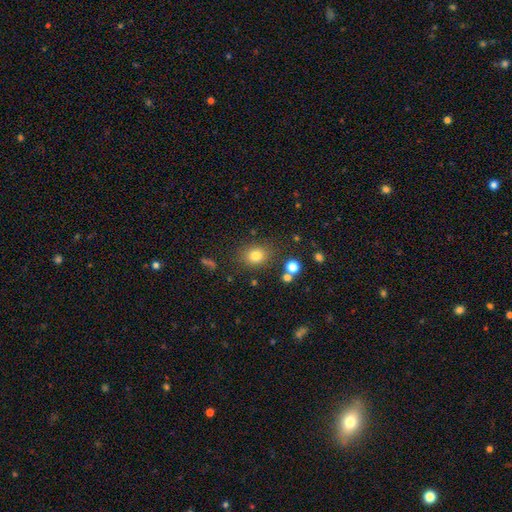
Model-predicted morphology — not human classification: Overall: smooth (80%). How rounded: round (57%; in between 42%). Merging: none (80%).